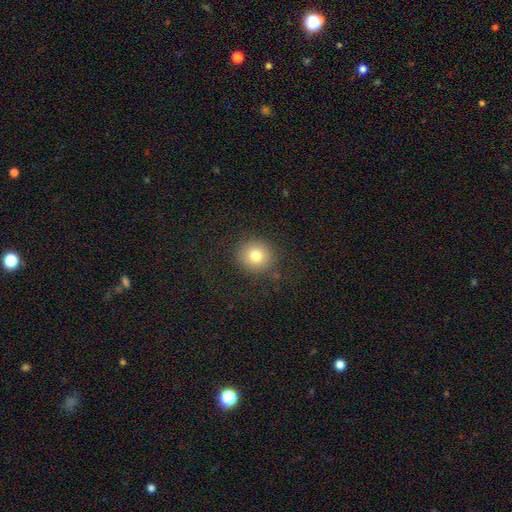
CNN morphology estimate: This appears to be a smooth galaxy with no disk features (77%) that is round (91%). Merging: none (87%).